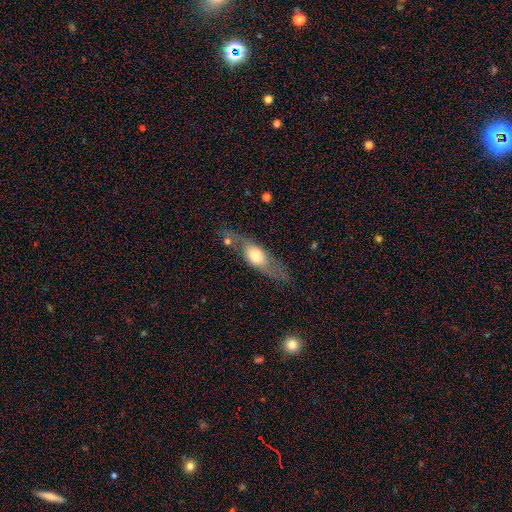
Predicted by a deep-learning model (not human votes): This is possibly a smooth galaxy (50%). Merging: likely none (62%).